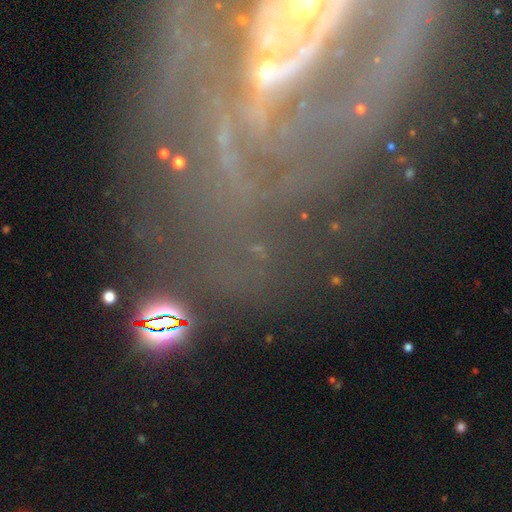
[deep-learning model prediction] Smooth or featured? featured or disk (60%)
Edge-on disk? no (92%)
Bar? no (39%)
Spiral arms? yes (73%)
Bulge size? small (50%)
Merging? none (58%)